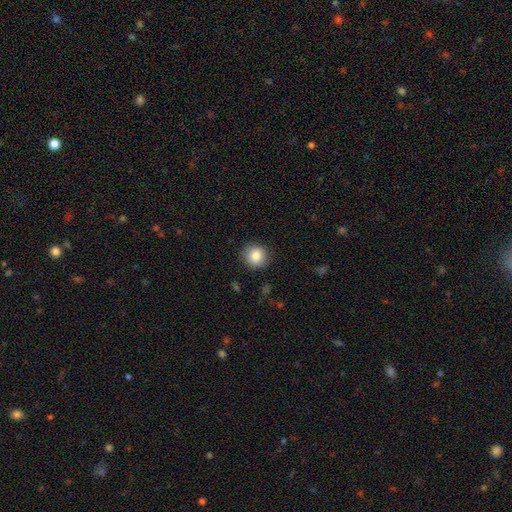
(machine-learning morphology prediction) smooth_or_featured: smooth (p=0.85) [alt: star or artifact p=0.09]
how_rounded: round (p=0.87) [alt: in between p=0.12]
merging: none (p=0.89) [alt: minor disturbance p=0.08]